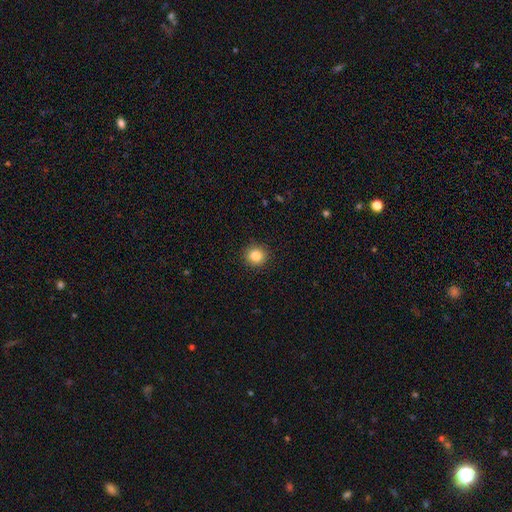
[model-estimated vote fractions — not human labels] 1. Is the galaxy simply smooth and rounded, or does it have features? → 84% smooth, 10% star or artifact, 5% featured or disk.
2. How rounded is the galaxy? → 91% round, 8% in between, 1% cigar-shaped.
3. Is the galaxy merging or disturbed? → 92% none, 6% minor disturbance, 2% major disturbance, 1% merger.